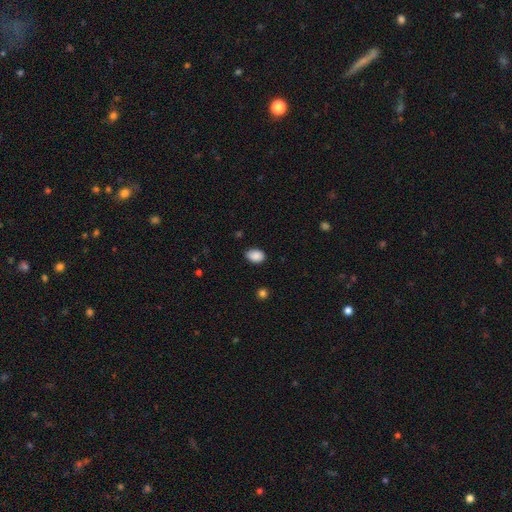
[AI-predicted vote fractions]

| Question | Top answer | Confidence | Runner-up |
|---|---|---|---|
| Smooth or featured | smooth | 89% | star or artifact (8%) |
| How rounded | in between | 82% | round (17%) |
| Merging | none | 81% | minor disturbance (15%) |